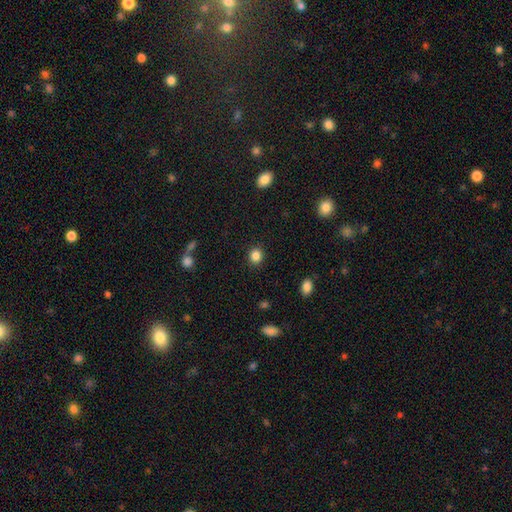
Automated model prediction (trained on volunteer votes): smooth_or_featured: smooth (p=0.85) [alt: star or artifact p=0.10]
how_rounded: round (p=0.74) [alt: in between p=0.25]
merging: none (p=0.89) [alt: minor disturbance p=0.07]